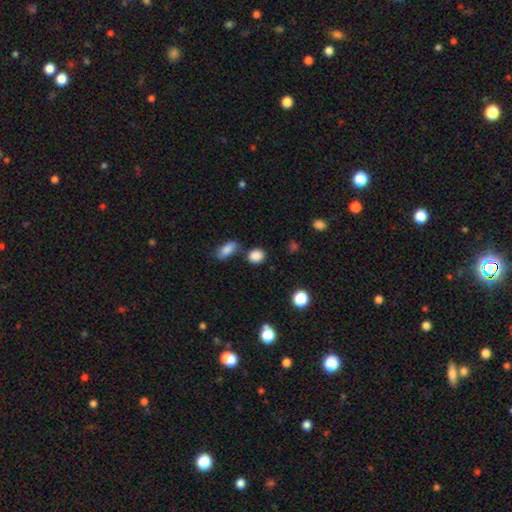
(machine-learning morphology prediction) A smooth galaxy with no disk features (85%) that is round (72%). Merging: none (73%).